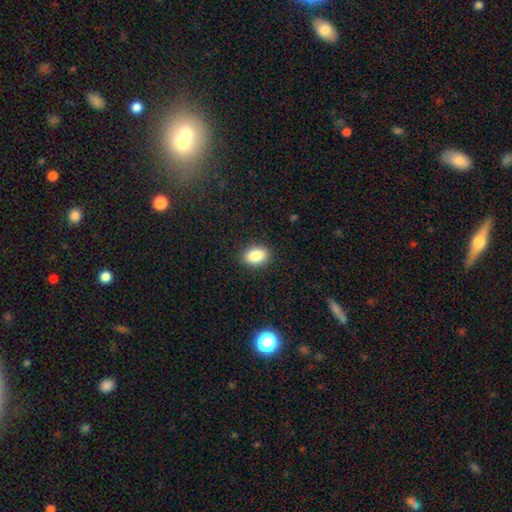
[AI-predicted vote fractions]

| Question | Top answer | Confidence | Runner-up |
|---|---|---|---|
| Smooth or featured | smooth | 86% | star or artifact (8%) |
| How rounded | in between | 84% | round (15%) |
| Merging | none | 89% | minor disturbance (8%) |